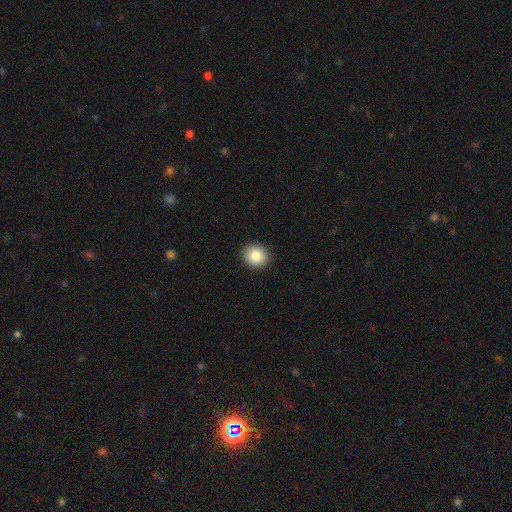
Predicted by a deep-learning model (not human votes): Overall: smooth (84%). How rounded: round (80%). Merging: none (92%).